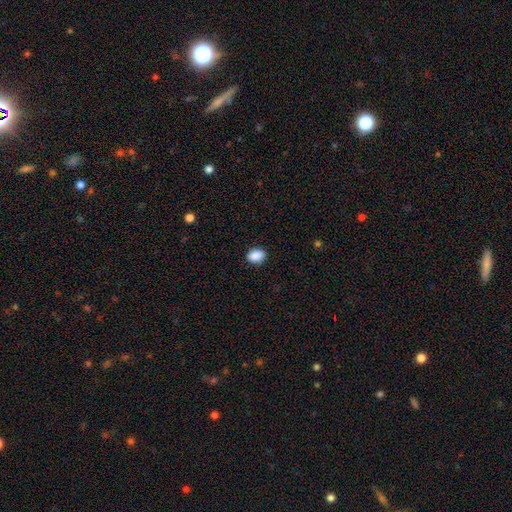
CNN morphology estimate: Smooth or featured? Predicted: smooth (p=0.89). How rounded? Predicted: in between (p=0.70). Merging? Predicted: none (p=0.87).